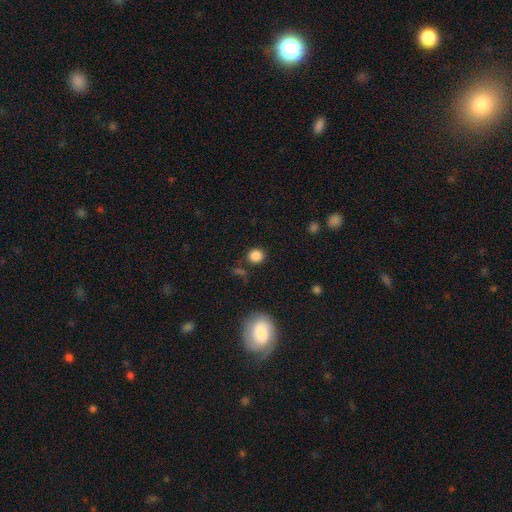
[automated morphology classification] Smooth or featured?
  - smooth: 85% *
  - star or artifact: 11%
  - featured or disk: 4%
How rounded?
  - round: 77% *
  - in between: 22%
  - cigar-shaped: 1%
Merging?
  - none: 83% *
  - minor disturbance: 10%
  - merger: 4%
  - major disturbance: 3%